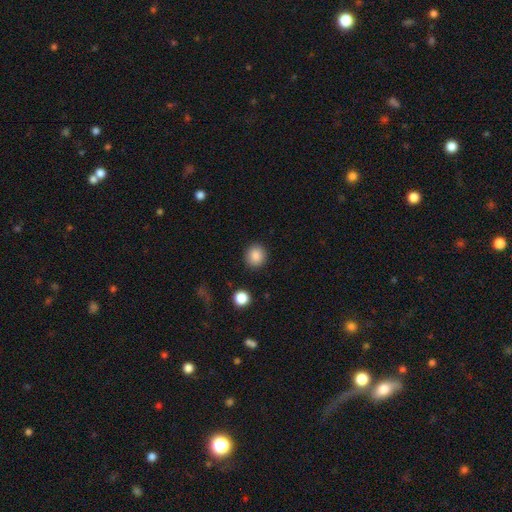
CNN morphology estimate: Smooth or featured?
  - smooth: 87% *
  - star or artifact: 9%
  - featured or disk: 4%
How rounded?
  - round: 88% *
  - in between: 11%
  - cigar-shaped: 1%
Merging?
  - none: 90% *
  - minor disturbance: 6%
  - major disturbance: 2%
  - merger: 1%